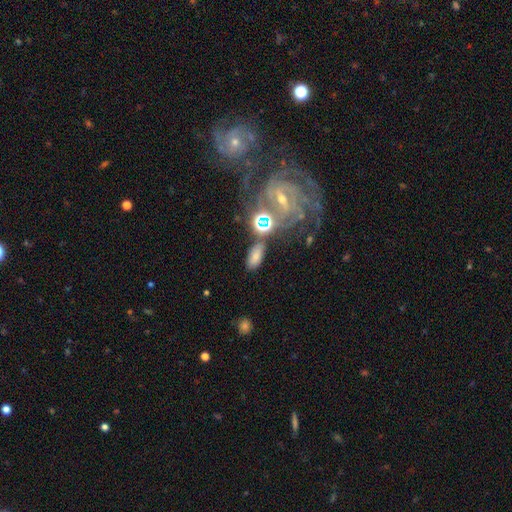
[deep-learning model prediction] The model was most divided on "smooth or featured": smooth: 58%, featured or disk: 21%, star or artifact: 21%. More confident: how rounded — in between (85%); merging — none (66%).